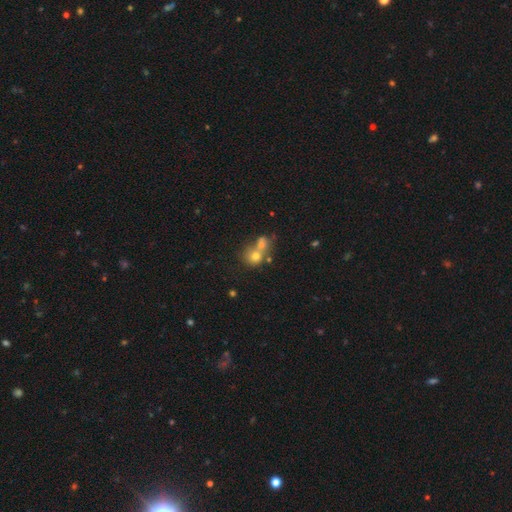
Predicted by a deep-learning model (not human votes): Smooth or featured? Predicted: smooth (p=0.70). How rounded? Predicted: round (p=0.73). Merging? Predicted: merger (p=0.59).